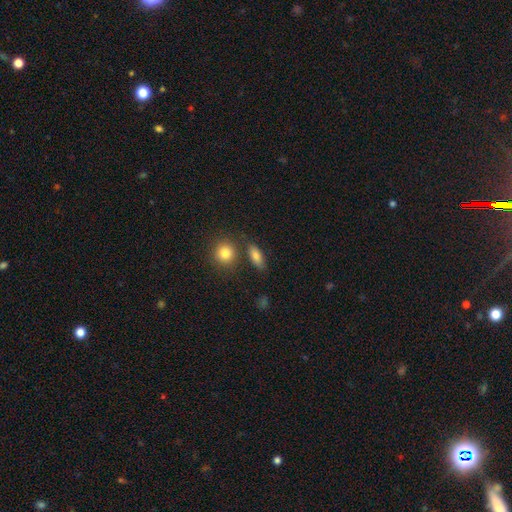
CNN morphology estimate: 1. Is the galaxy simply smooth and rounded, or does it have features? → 81% smooth, 10% featured or disk, 9% star or artifact.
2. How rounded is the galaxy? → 73% in between, 17% cigar-shaped, 11% round.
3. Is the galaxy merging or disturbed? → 75% none, 12% minor disturbance, 9% merger, 4% major disturbance.